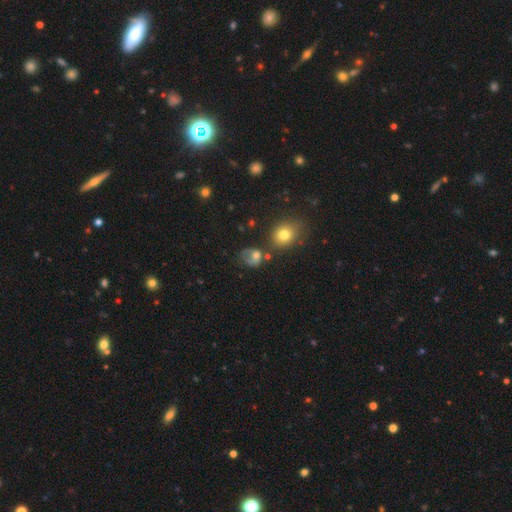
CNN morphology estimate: smooth 62%, featured or disk 24%, star or artifact 14%. Down the decision tree: how rounded — round (58%); merging — none (41%).